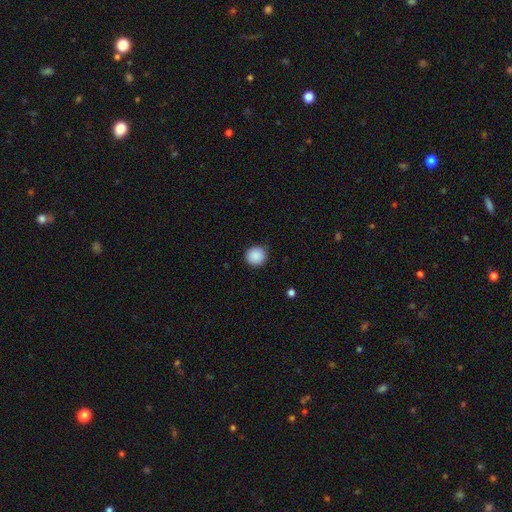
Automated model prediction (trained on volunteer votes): Smooth or featured?
  - smooth: 89% *
  - star or artifact: 9%
  - featured or disk: 3%
How rounded?
  - round: 94% *
  - in between: 5%
  - cigar-shaped: 1%
Merging?
  - none: 87% *
  - minor disturbance: 9%
  - major disturbance: 2%
  - merger: 1%